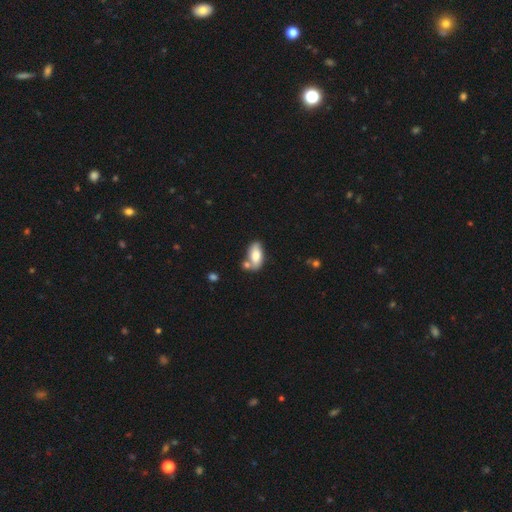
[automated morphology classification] A smooth galaxy with no disk features (74%) that is in between round and cigar-shaped (90%).

Vote fractions:
- Smooth or featured? smooth: 74% / featured or disk: 19% / star or artifact: 6%
- How rounded? in between: 90% / cigar-shaped: 7% / round: 3%
- Merging? none: 55% / merger: 23% / minor disturbance: 17% / major disturbance: 4%